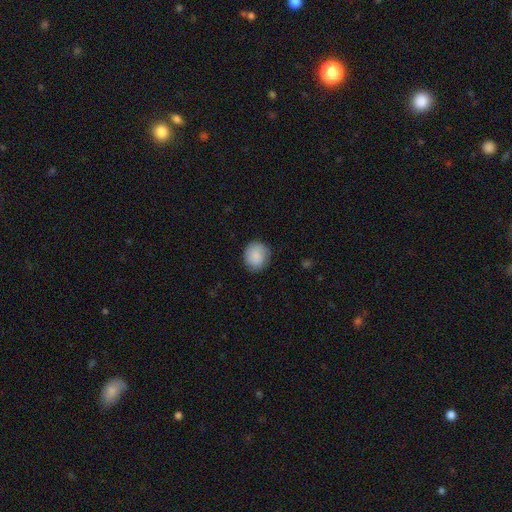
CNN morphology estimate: Overall: smooth (84%). How rounded: round (81%). Merging: none (81%).